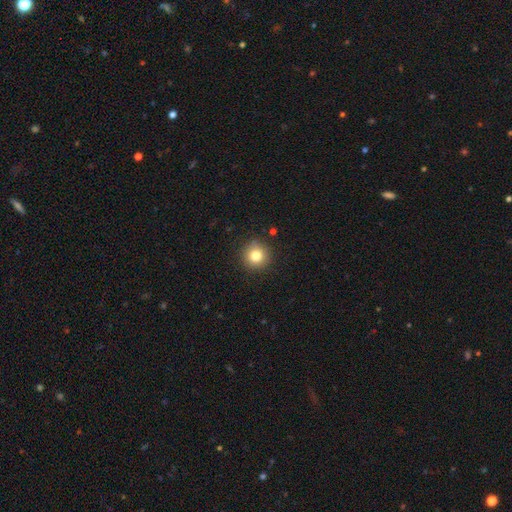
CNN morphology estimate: type=smooth (81%); roundness=round (94%); merging=none (90%).